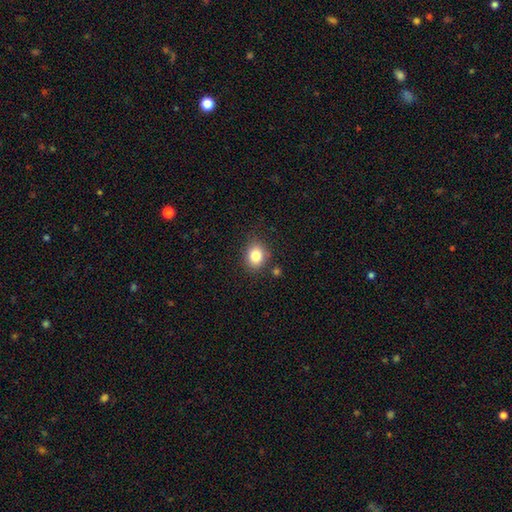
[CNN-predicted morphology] This is clearly a smooth galaxy (81%). How rounded: likely round (62%). Merging: clearly none (80%).